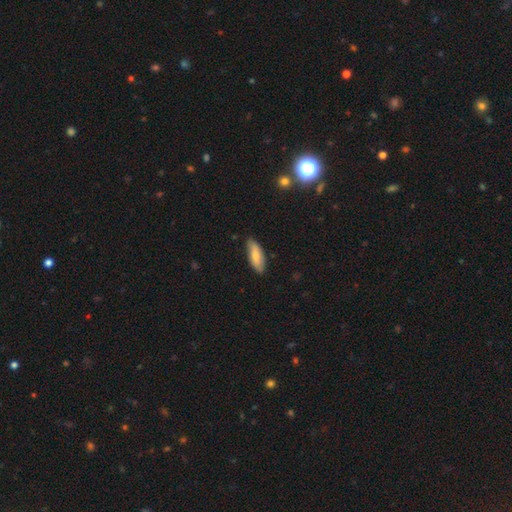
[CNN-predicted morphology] A smooth galaxy with no disk features (75%) that is in between round and cigar-shaped (65%). Merging: none (82%).